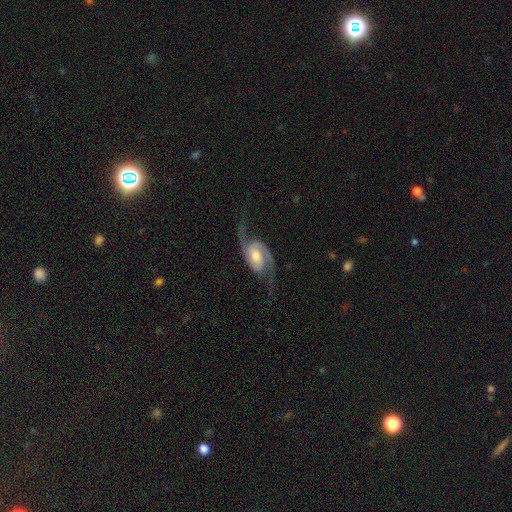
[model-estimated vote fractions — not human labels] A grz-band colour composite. It shows a featured or disk galaxy (90%) with no bar (50%), 2 (93%) loose (53%) spiral arms (98%) and a moderate central bulge (50%). Merging: none (69%).